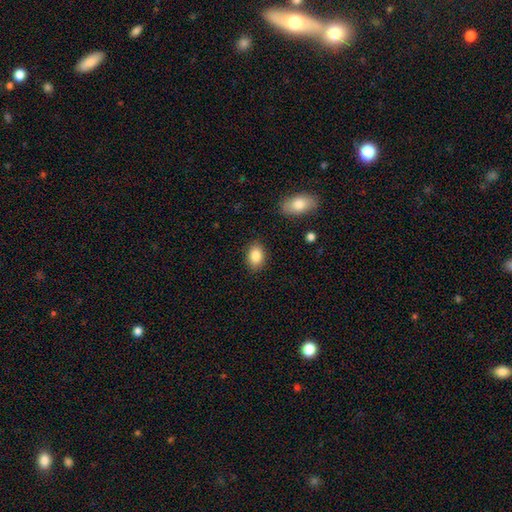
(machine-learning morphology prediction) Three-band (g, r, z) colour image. It shows a smooth galaxy with no disk features (86%) that is in between round and cigar-shaped (83%). Merging: none (87%).